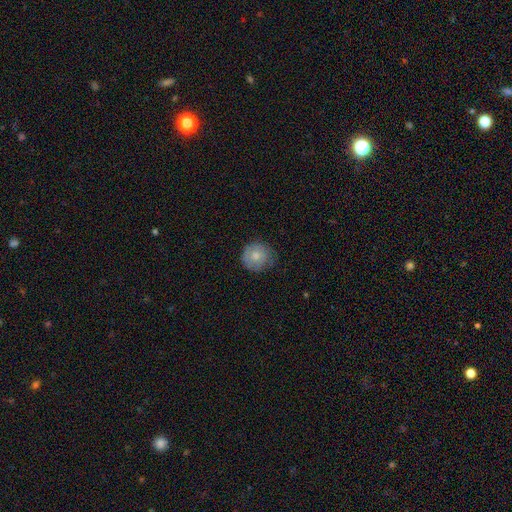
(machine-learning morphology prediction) type=smooth (75%); roundness=round (92%); merging=none (71%).